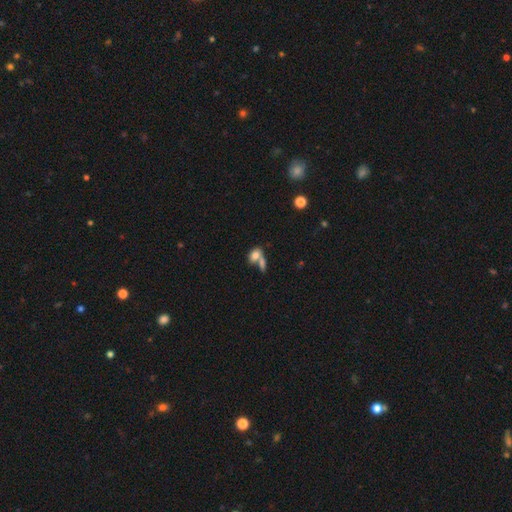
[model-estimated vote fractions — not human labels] smooth-or-featured: smooth: 76% | featured or disk: 15% | star or artifact: 9%
  how-rounded: in between: 80% | round: 15% | cigar-shaped: 5%
  merging: merger: 52% | none: 33% | minor disturbance: 9% | major disturbance: 5%